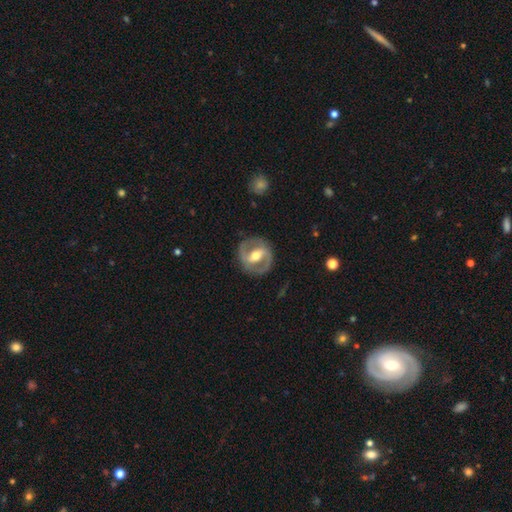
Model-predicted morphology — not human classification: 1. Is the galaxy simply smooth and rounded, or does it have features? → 80% featured or disk, 16% smooth, 5% star or artifact.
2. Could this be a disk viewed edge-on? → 95% no, 5% yes.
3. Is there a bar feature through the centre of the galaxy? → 52% strong, 33% weak, 15% no.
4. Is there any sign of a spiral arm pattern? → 73% yes, 27% no.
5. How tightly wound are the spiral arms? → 48% medium, 36% tight, 16% loose.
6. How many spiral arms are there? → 88% 2, 7% can't tell, 3% 1, 1% 3, 1% 4, 1% more than 4.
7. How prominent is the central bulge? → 73% moderate, 14% small, 11% large, 1% dominant, 1% none.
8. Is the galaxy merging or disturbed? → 84% none, 10% minor disturbance, 4% major disturbance, 1% merger.